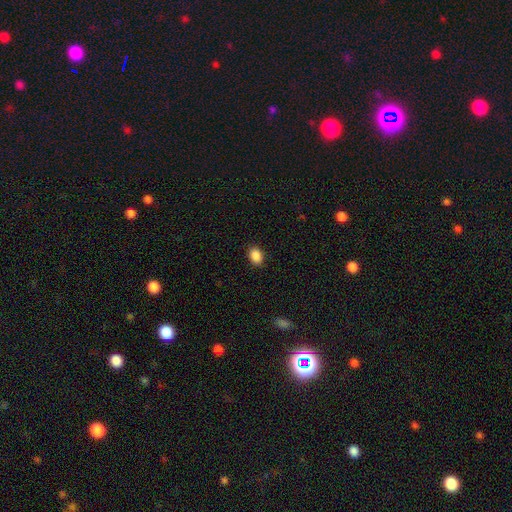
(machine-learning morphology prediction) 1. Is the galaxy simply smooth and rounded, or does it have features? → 88% smooth, 9% star or artifact, 3% featured or disk.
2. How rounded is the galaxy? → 74% in between, 24% round, 1% cigar-shaped.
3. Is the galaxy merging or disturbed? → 89% none, 8% minor disturbance, 2% major disturbance, 1% merger.